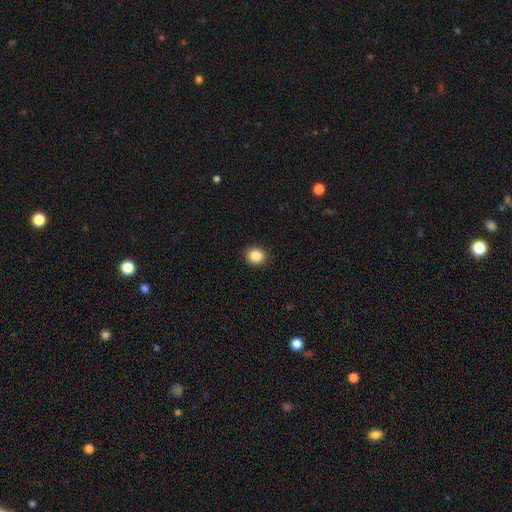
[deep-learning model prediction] Smooth or featured?
  - smooth: 87% *
  - star or artifact: 10%
  - featured or disk: 3%
How rounded?
  - round: 82% *
  - in between: 17%
  - cigar-shaped: 1%
Merging?
  - none: 91% *
  - minor disturbance: 6%
  - major disturbance: 2%
  - merger: 1%